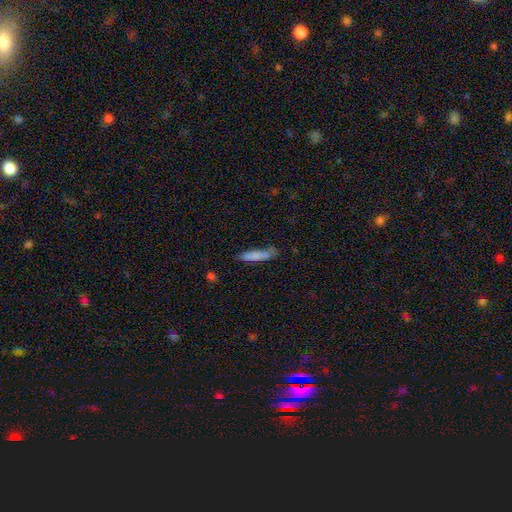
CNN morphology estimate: smooth 79%, featured or disk 14%, star or artifact 7%. Down the decision tree: how rounded — cigar-shaped (82%); merging — none (69%).